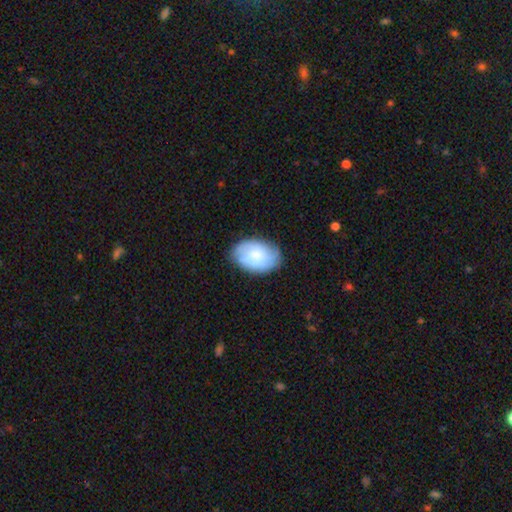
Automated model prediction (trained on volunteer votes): Smooth or featured?
  - smooth: 62% *
  - featured or disk: 31%
  - star or artifact: 7%
How rounded?
  - in between: 86% *
  - round: 13%
  - cigar-shaped: 1%
Merging?
  - none: 75% *
  - minor disturbance: 19%
  - major disturbance: 5%
  - merger: 1%